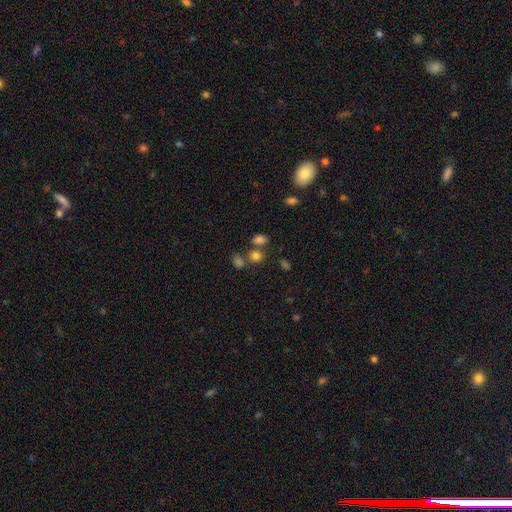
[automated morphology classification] This is likely a smooth galaxy (76%). How rounded: likely round (67%). Merging: likely none (60%).